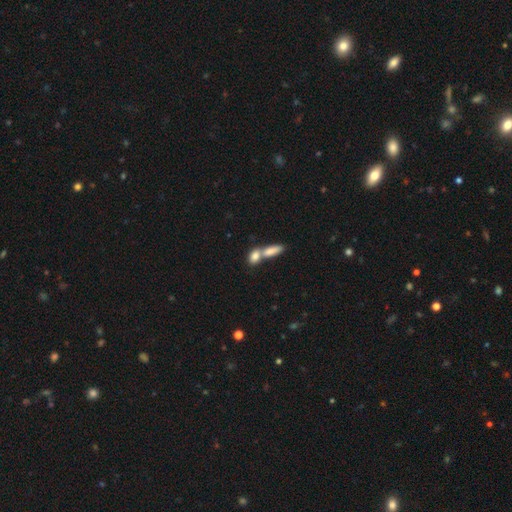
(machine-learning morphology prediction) A smooth galaxy with no disk features (81%) that is in between round and cigar-shaped (69%). Merging: merger (63%).